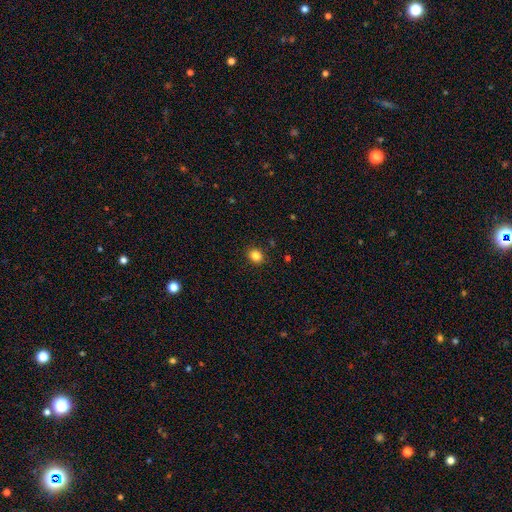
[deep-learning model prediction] smooth 83%, star or artifact 12%, featured or disk 5%. Down the decision tree: how rounded — round (74%); merging — none (90%).